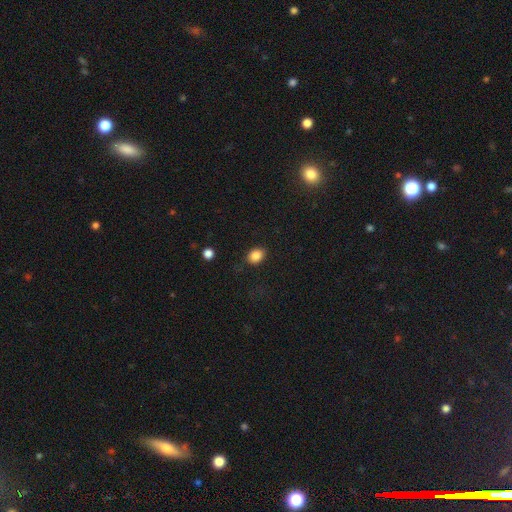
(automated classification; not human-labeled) Morphology: type=smooth (85%); roundness=in between (63%); merging=none (83%).